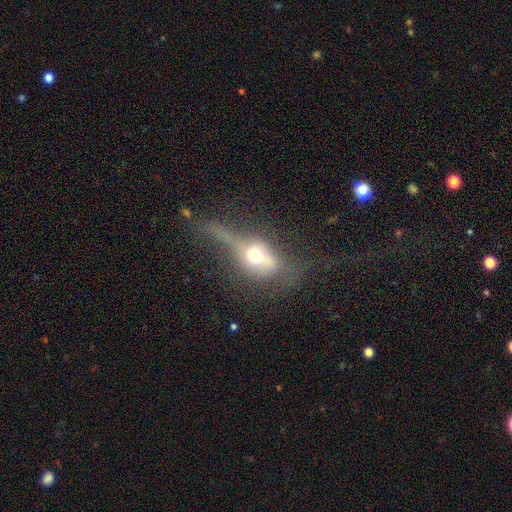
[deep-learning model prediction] smooth_or_featured: featured or disk (p=0.45) [alt: smooth p=0.42]
merging: major disturbance (p=0.44) [alt: none p=0.28]